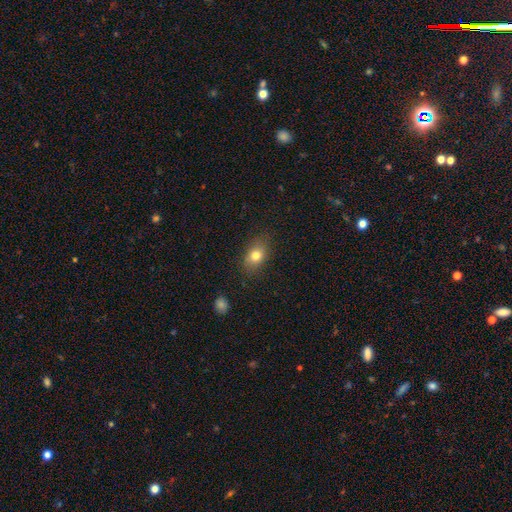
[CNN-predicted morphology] Q: Smooth or featured?
A: smooth (78%); runner-up: featured or disk (12%)
Q: How rounded?
A: in between (73%); runner-up: round (25%)
Q: Merging?
A: none (82%); runner-up: minor disturbance (13%)